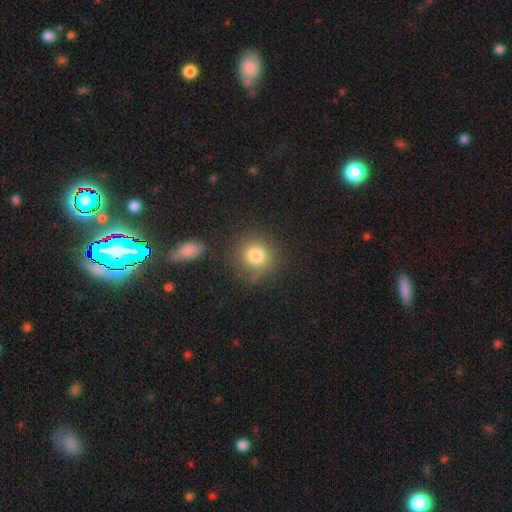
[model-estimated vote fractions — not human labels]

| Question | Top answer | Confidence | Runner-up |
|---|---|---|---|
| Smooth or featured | smooth | 81% | star or artifact (11%) |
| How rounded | round | 89% | in between (10%) |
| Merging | none | 76% | minor disturbance (13%) |